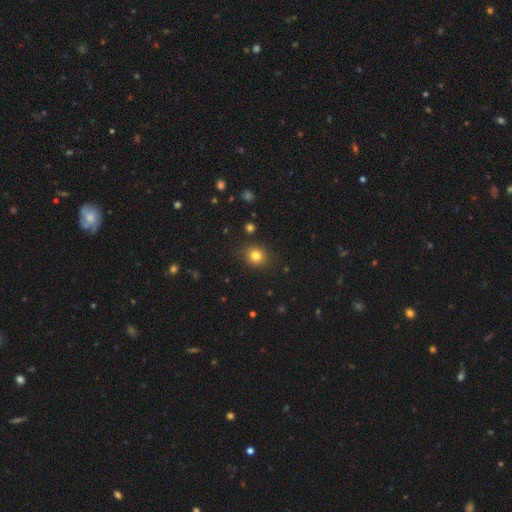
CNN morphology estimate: type=smooth (81%); roundness=round (79%); merging=none (88%).